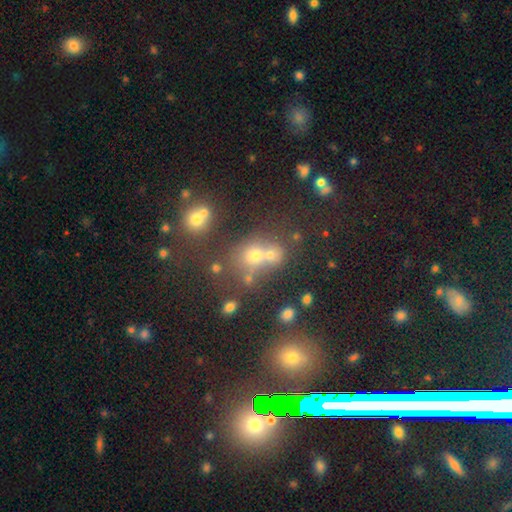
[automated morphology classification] Q: Smooth or featured?
A: smooth (48%); runner-up: star or artifact (37%)
Q: Merging?
A: none (50%); runner-up: merger (36%)